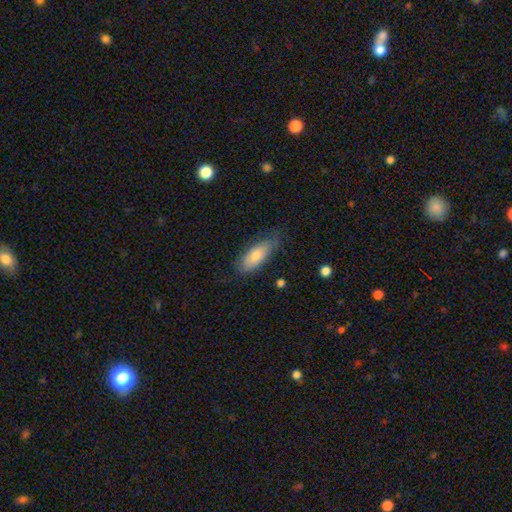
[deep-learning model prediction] Smooth or featured? Predicted: smooth (p=0.76). How rounded? Predicted: in between (p=0.73). Merging? Predicted: none (p=0.70).